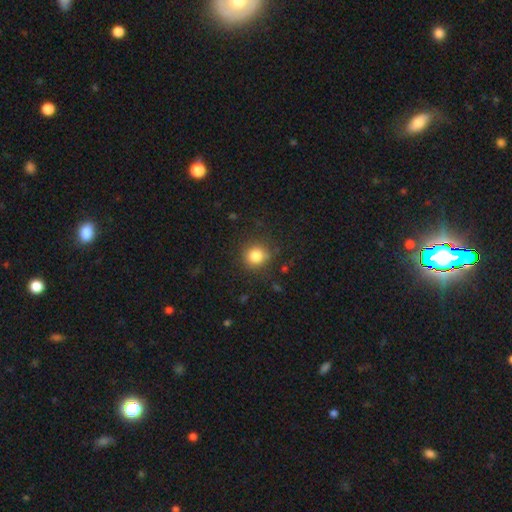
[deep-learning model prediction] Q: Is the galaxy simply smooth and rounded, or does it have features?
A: smooth — 82%.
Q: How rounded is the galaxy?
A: round — 90%.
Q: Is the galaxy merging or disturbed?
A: none — 85%.